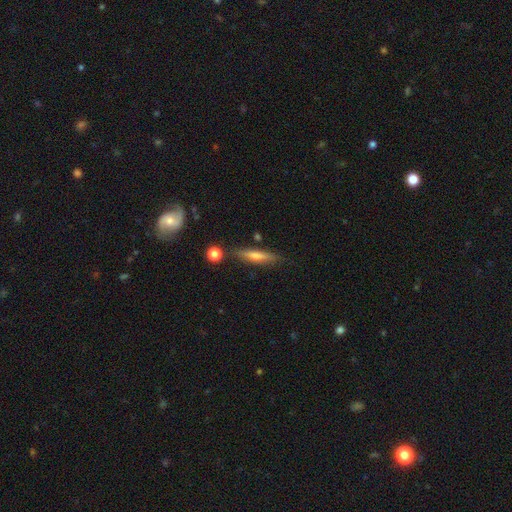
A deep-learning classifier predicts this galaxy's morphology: featured or disk 51%, smooth 41%, star or artifact 8%. Down the decision tree: edge-on disk — yes (89%); merging — none (81%).